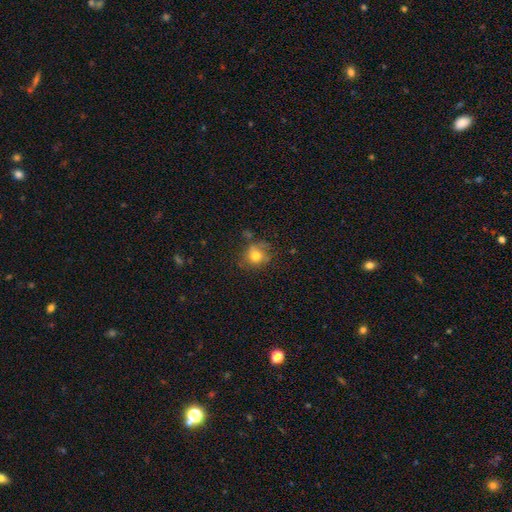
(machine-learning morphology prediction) A smooth galaxy with no disk features (72%) that is round (73%).

Vote fractions:
- Smooth or featured? smooth: 72% / featured or disk: 15% / star or artifact: 13%
- How rounded? round: 73% / in between: 26% / cigar-shaped: 1%
- Merging? none: 58% / minor disturbance: 24% / major disturbance: 12% / merger: 6%